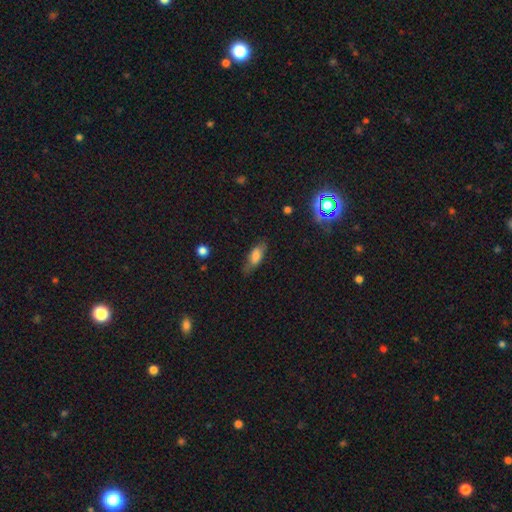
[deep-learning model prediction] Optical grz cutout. It shows a smooth galaxy with no disk features (70%) that is in between round and cigar-shaped (73%). Merging: none (70%).